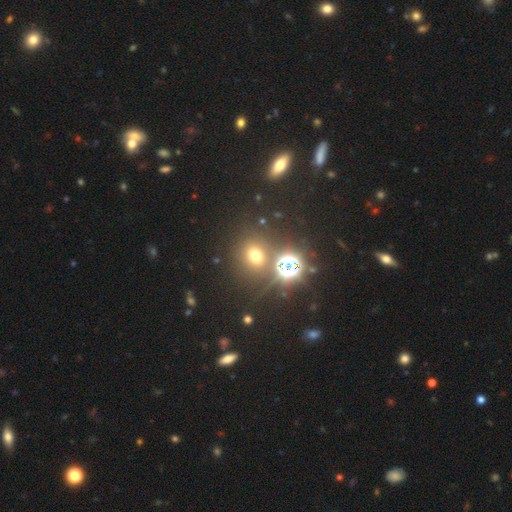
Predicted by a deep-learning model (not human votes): Overall: smooth (56%; star or artifact 35%). How rounded: round (78%). Merging: none (75%).